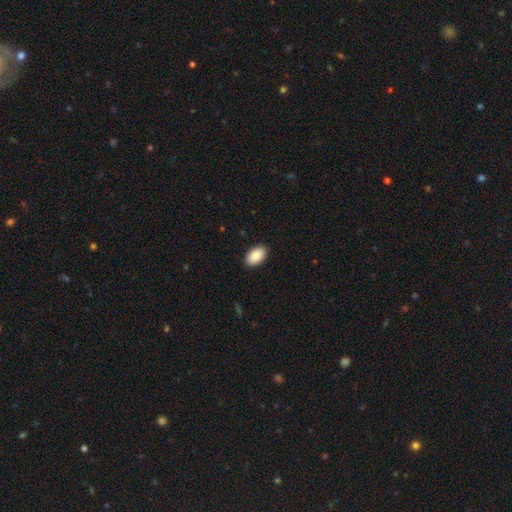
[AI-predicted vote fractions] smooth 87%, star or artifact 7%, featured or disk 6%. Down the decision tree: how rounded — in between (94%); merging — none (90%).